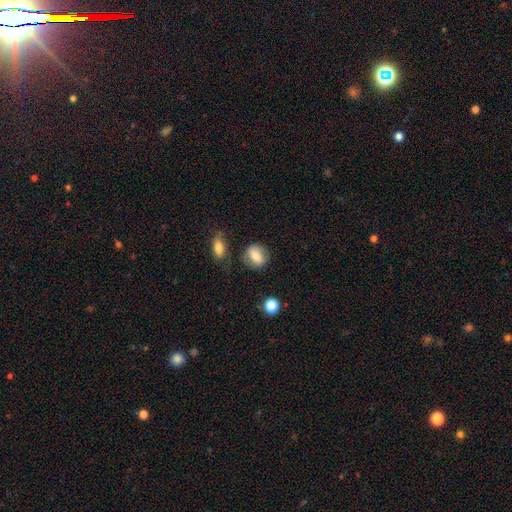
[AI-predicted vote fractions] Smooth or featured? smooth (76%)
How rounded? round (50%)
Merging? none (72%)